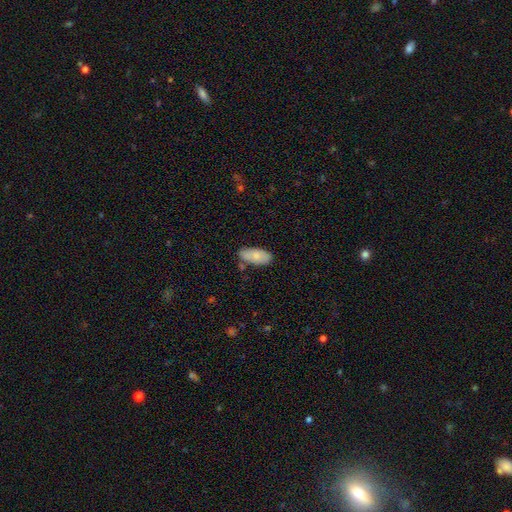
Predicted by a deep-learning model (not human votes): Overall: smooth (79%). How rounded: in between (88%). Merging: none (75%).